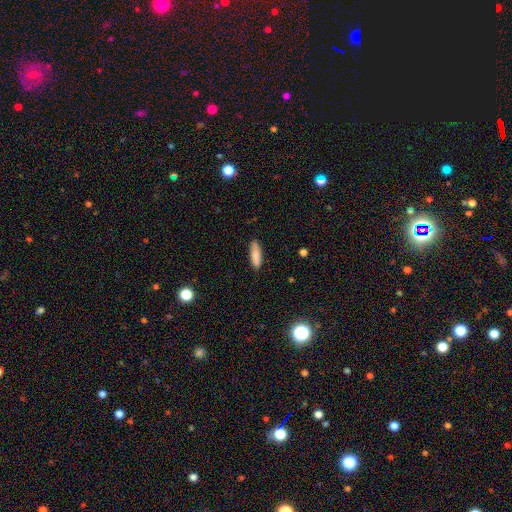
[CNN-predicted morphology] Smooth or featured? smooth (83%)
How rounded? cigar-shaped (58%)
Merging? none (87%)